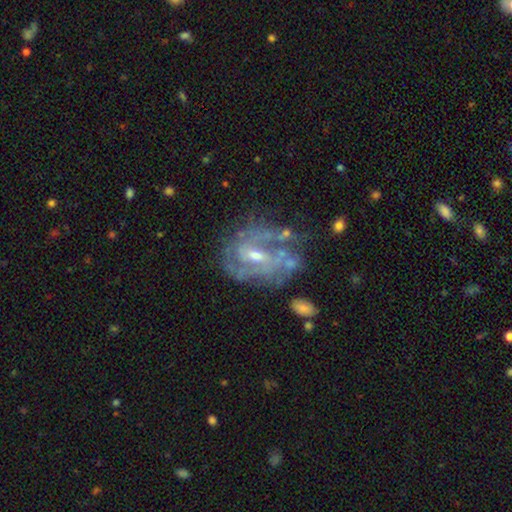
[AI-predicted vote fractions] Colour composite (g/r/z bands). It shows a featured or disk galaxy (83%) with a weak bar (50%), 2 (35%, tied with can't tell) tight (46%) spiral arms (83%) and a moderate central bulge (50%). Merging: none (52%).